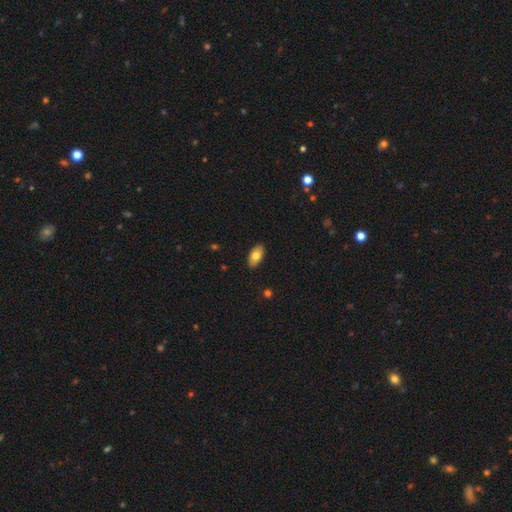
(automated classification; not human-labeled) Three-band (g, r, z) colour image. It shows a smooth galaxy with no disk features (76%) that is in between round and cigar-shaped (94%). Merging: none (89%).